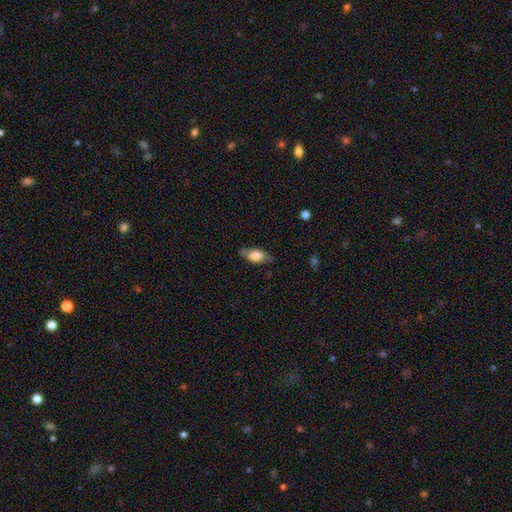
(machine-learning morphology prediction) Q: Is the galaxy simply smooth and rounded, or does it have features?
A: smooth — 73%.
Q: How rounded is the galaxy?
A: in between — 83%.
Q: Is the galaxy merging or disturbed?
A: none — 64%.